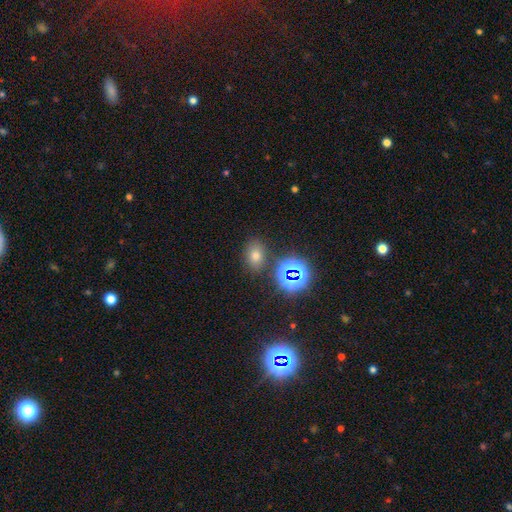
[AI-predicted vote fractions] Q: Smooth or featured?
A: smooth (62%); runner-up: star or artifact (29%)
Q: How rounded?
A: in between (66%); runner-up: round (33%)
Q: Merging?
A: none (81%); runner-up: minor disturbance (10%)